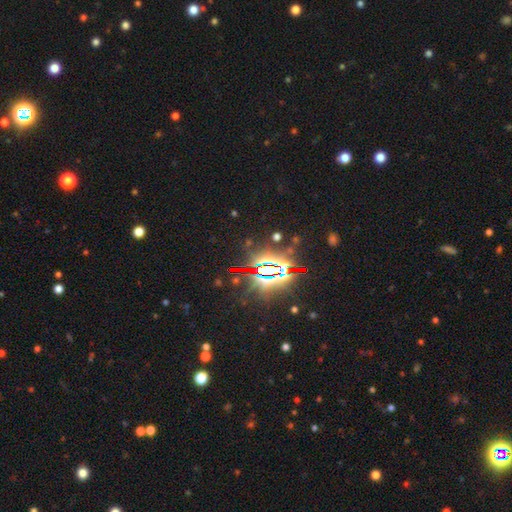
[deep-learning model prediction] Morphology: type=star or artifact (87%).